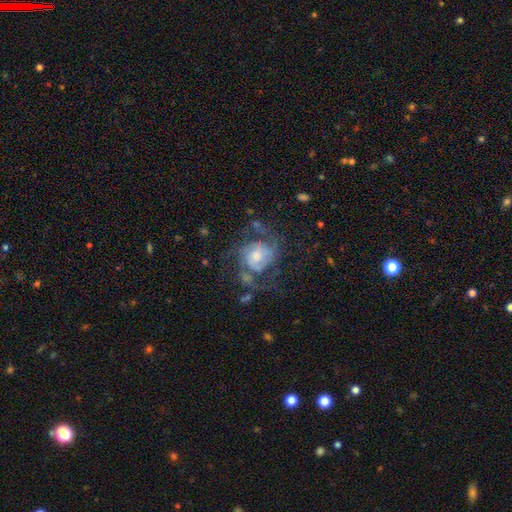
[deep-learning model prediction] A featured or disk galaxy (78%) with no bar (58%), 2 (36%) medium (43%) spiral arms (90%) and a moderate central bulge (47%).

Vote fractions:
- Smooth or featured? featured or disk: 78% / smooth: 14% / star or artifact: 8%
- Edge-on disk? no: 98% / yes: 2%
- Bar? no: 58% / weak: 36% / strong: 6%
- Spiral arms? yes: 90% / no: 10%
- Spiral winding? medium: 43% / tight: 40% / loose: 17%
- Spiral arm count? 2: 36% / can't tell: 28% / 3: 20% / 4: 6% / 1: 6% / more than 4: 5%
- Bulge size? moderate: 47% / small: 37% / large: 10% / none: 5% / dominant: 2%
- Merging? none: 51% / major disturbance: 26% / minor disturbance: 19% / merger: 4%